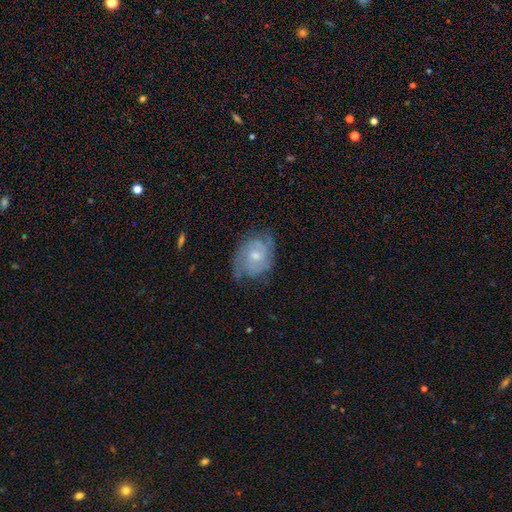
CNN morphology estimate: The model was most divided on "bulge size": moderate: 51%, small: 42%, none: 3%, large: 3%, dominant: 1%. Remaining: edge-on disk — no (97%); spiral arms — yes (88%); smooth or featured — featured or disk (70%); bar — no (62%); merging — none (61%); spiral winding — tight (49%); spiral arm count — 2 (46%).